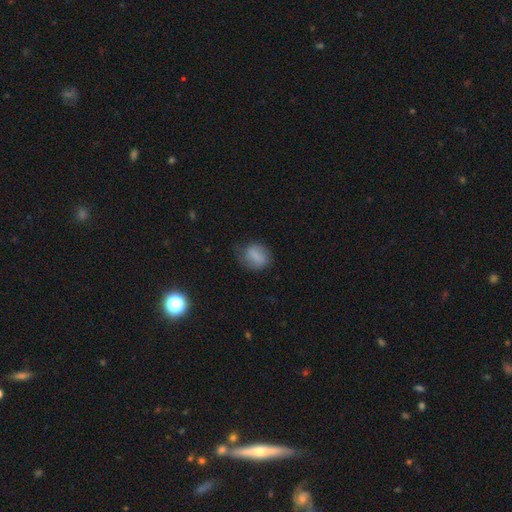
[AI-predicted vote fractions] smooth_or_featured: smooth (p=0.75) [alt: featured or disk p=0.17]
how_rounded: in between (p=0.53) [alt: round p=0.45]
merging: none (p=0.58) [alt: minor disturbance p=0.28]